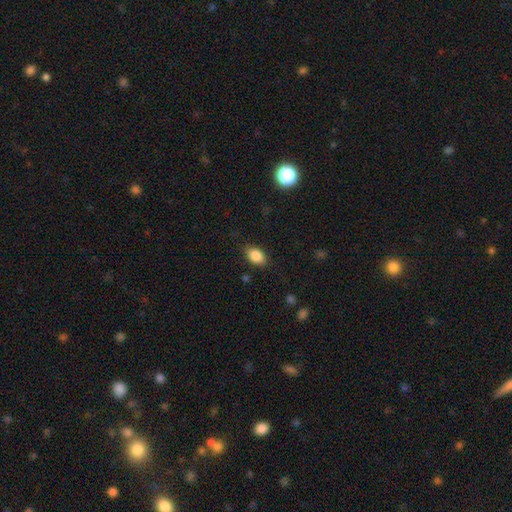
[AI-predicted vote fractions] Smooth or featured? Predicted: smooth (p=0.86). How rounded? Predicted: in between (p=0.87). Merging? Predicted: none (p=0.84).